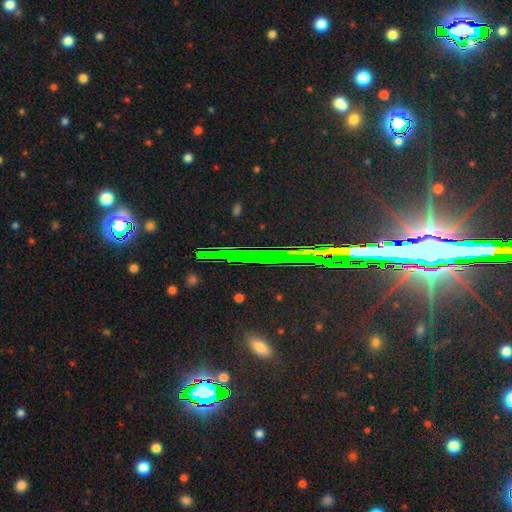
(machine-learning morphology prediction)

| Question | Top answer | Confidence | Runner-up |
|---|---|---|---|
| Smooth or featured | star or artifact | 79% | featured or disk (12%) |